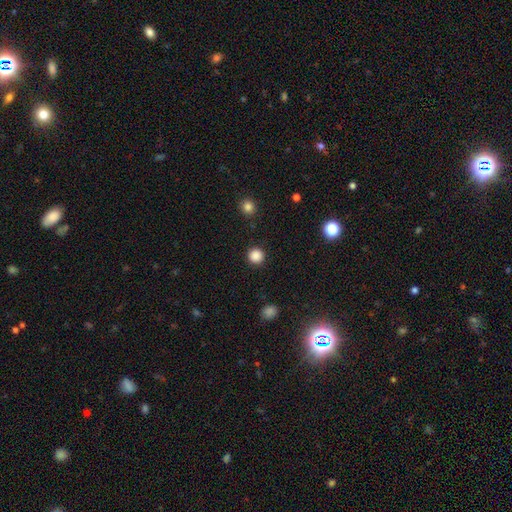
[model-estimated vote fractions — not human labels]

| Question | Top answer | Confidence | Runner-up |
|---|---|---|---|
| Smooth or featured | smooth | 86% | star or artifact (11%) |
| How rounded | round | 95% | in between (4%) |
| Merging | none | 91% | minor disturbance (5%) |